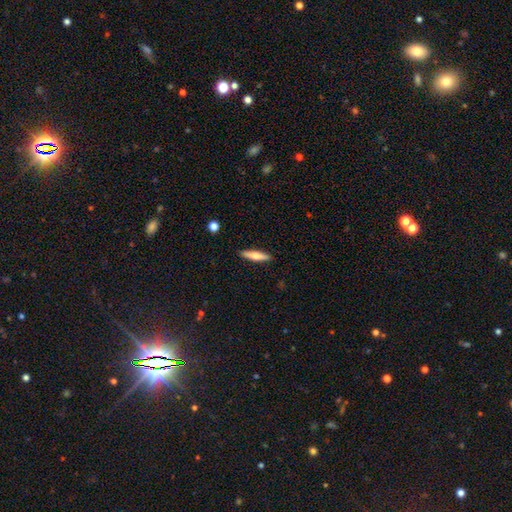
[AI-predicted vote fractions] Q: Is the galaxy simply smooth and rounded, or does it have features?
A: smooth — 61%.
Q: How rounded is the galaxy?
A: cigar-shaped — 80%.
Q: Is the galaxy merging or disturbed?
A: none — 90%.